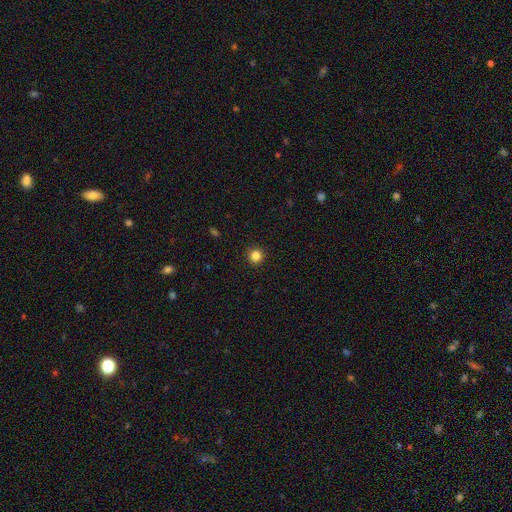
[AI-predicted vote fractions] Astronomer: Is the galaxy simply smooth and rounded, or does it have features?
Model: smooth — 84%.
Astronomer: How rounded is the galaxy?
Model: round — 96%.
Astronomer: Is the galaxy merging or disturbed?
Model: none — 93%.